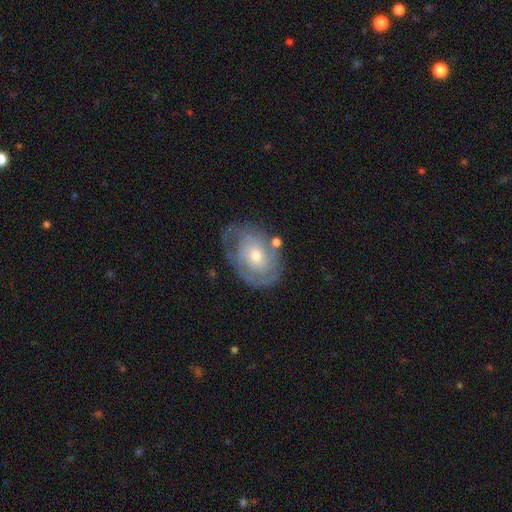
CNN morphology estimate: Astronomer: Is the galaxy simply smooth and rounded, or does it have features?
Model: featured or disk — 73%.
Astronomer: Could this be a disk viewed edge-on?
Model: no — 96%.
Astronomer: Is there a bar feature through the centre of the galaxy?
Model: no — 78%.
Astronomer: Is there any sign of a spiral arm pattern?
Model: yes — 80%.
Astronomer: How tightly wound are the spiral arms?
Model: tight — 66%.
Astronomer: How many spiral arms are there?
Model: can't tell — 42% (runner-up: 2, 32%).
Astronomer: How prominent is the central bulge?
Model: small — 48% (runner-up: moderate, 47%).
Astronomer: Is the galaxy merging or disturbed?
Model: none — 57%.